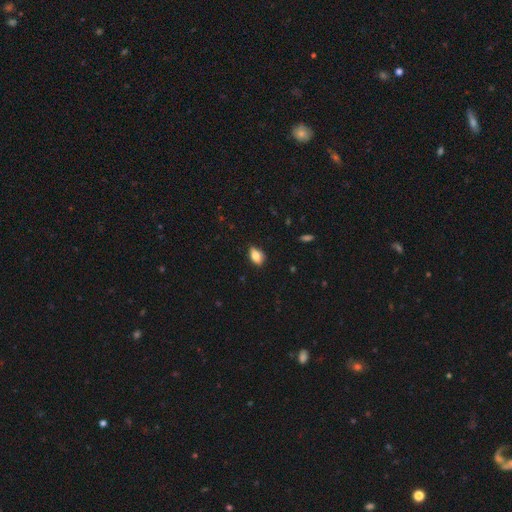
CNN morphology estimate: smooth-or-featured: smooth: 78% | featured or disk: 13% | star or artifact: 9%
  how-rounded: in between: 84% | round: 13% | cigar-shaped: 3%
  merging: none: 67% | minor disturbance: 27% | major disturbance: 5% | merger: 2%